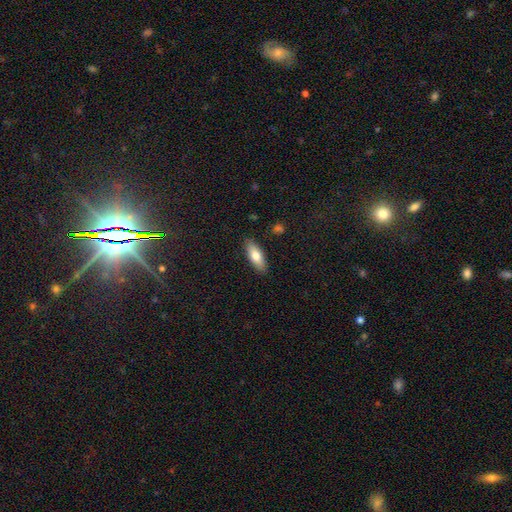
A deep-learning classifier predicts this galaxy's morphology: Smooth or featured? Predicted: smooth (p=0.74). How rounded? Predicted: in between (p=0.66). Merging? Predicted: none (p=0.88).